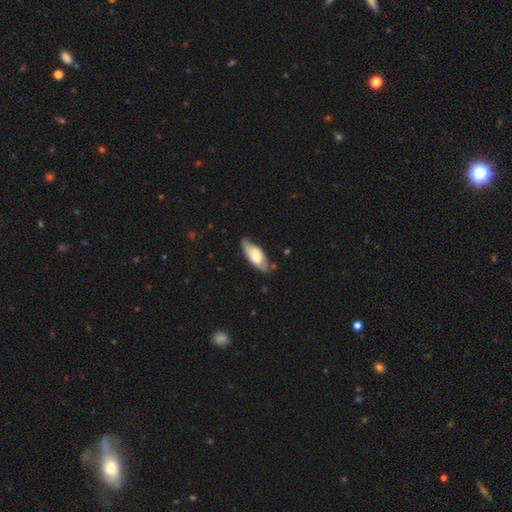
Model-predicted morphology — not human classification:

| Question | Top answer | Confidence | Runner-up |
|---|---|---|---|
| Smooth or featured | smooth | 54% | featured or disk (41%) |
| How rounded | in between | 81% | cigar-shaped (17%) |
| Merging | none | 66% | minor disturbance (26%) |